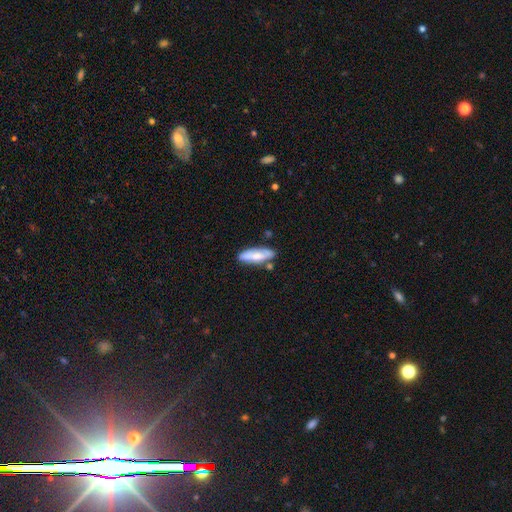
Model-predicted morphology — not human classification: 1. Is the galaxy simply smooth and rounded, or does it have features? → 67% smooth, 27% featured or disk, 6% star or artifact.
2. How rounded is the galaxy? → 50% in between, 48% cigar-shaped, 2% round.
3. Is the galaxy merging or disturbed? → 72% none, 18% minor disturbance, 7% merger, 3% major disturbance.